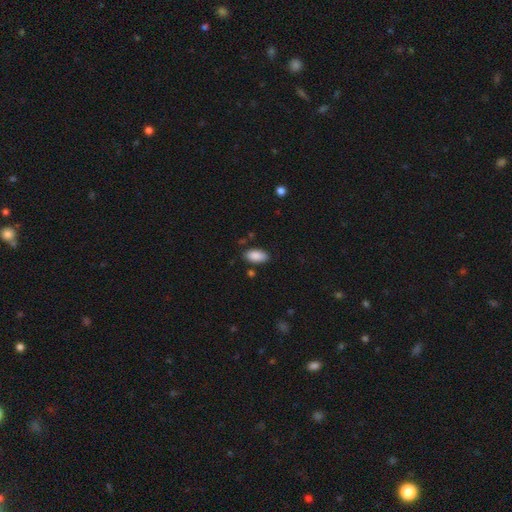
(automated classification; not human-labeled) smooth_or_featured: smooth (p=0.89) [alt: star or artifact p=0.07]
how_rounded: in between (p=0.94) [alt: cigar-shaped p=0.04]
merging: none (p=0.82) [alt: minor disturbance p=0.13]